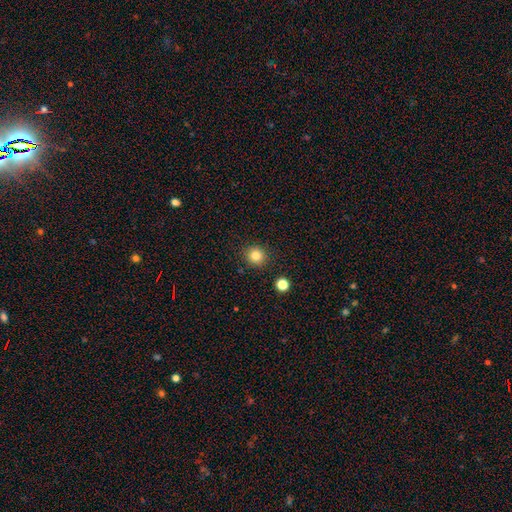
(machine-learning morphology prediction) A smooth galaxy with no disk features (83%) that is round (91%).

Vote fractions:
- Smooth or featured? smooth: 83% / star or artifact: 11% / featured or disk: 5%
- How rounded? round: 91% / in between: 8% / cigar-shaped: 1%
- Merging? none: 89% / minor disturbance: 6% / major disturbance: 2% / merger: 2%